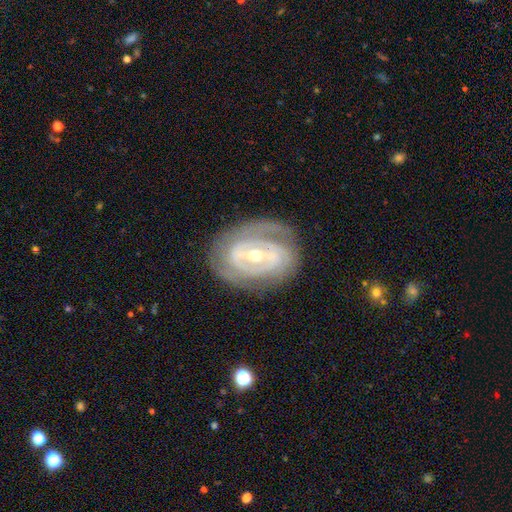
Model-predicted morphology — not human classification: Q: Smooth or featured?
A: featured or disk (86%); runner-up: smooth (10%)
Q: Edge-on disk?
A: no (95%); runner-up: yes (5%)
Q: Bar?
A: strong (45%); runner-up: weak (38%)
Q: Spiral arms?
A: yes (85%); runner-up: no (15%)
Q: Spiral winding?
A: tight (67%); runner-up: medium (26%)
Q: Spiral arm count?
A: 2 (47%); runner-up: can't tell (28%)
Q: Bulge size?
A: small (50%); runner-up: moderate (46%)
Q: Merging?
A: none (75%); runner-up: minor disturbance (16%)